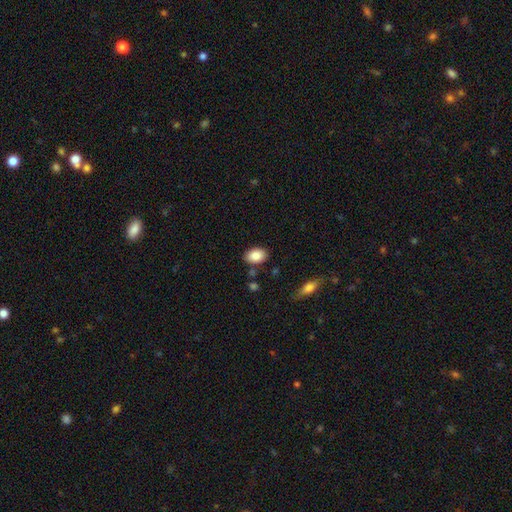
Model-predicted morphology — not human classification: smooth-or-featured: smooth: 86% | star or artifact: 7% | featured or disk: 7%
  how-rounded: in between: 85% | round: 14% | cigar-shaped: 1%
  merging: none: 83% | minor disturbance: 11% | merger: 4% | major disturbance: 3%